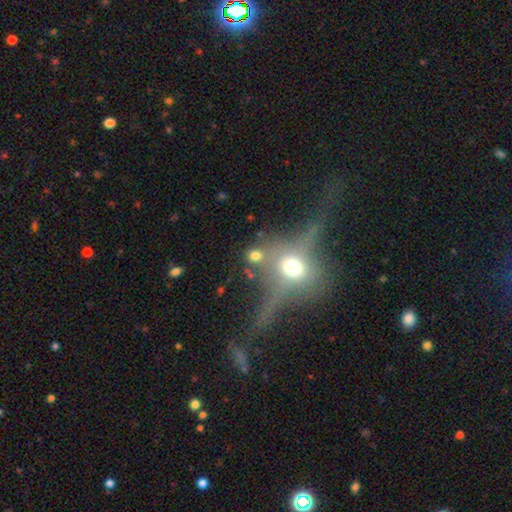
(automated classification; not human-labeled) smooth 60%, featured or disk 21%, star or artifact 19%. Down the decision tree: how rounded — round (73%); merging — none (58%).